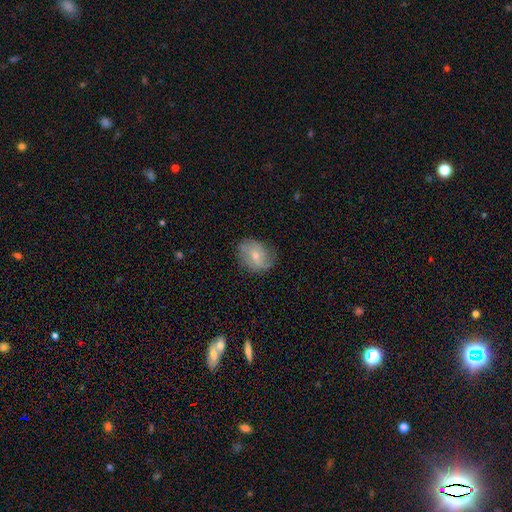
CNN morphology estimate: smooth_or_featured: featured or disk (p=0.56) [alt: smooth p=0.36]
disk_edge_on: no (p=0.96) [alt: yes p=0.04]
bar: no (p=0.55) [alt: weak p=0.37]
has_spiral_arms: yes (p=0.83) [alt: no p=0.17]
bulge_size: small (p=0.52) [alt: moderate p=0.45]
merging: none (p=0.74) [alt: minor disturbance p=0.19]